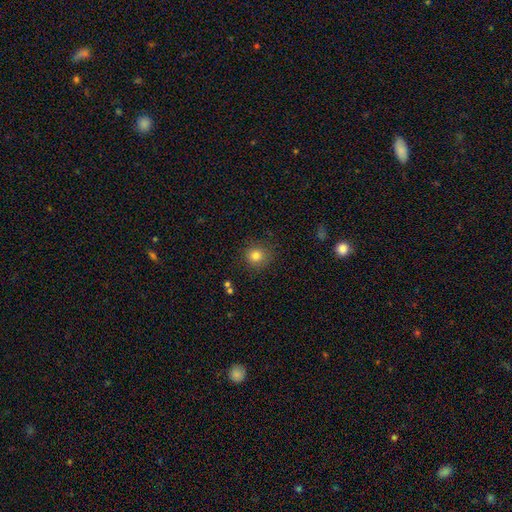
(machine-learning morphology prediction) smooth-or-featured: smooth: 81% | star or artifact: 12% | featured or disk: 7%
  how-rounded: round: 89% | in between: 10% | cigar-shaped: 1%
  merging: none: 83% | minor disturbance: 12% | major disturbance: 4% | merger: 2%